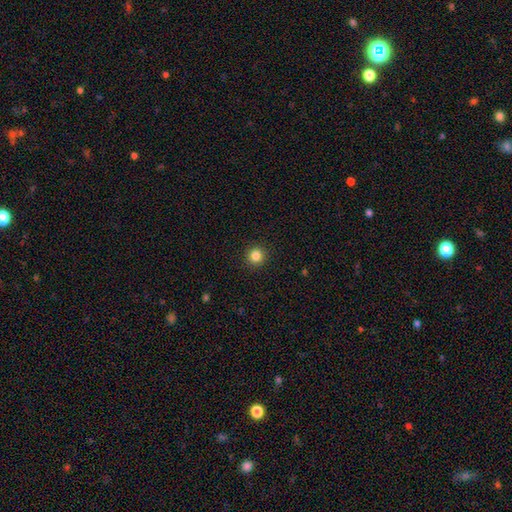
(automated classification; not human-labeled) Smooth or featured? Predicted: smooth (p=0.84). How rounded? Predicted: round (p=0.95). Merging? Predicted: none (p=0.93).